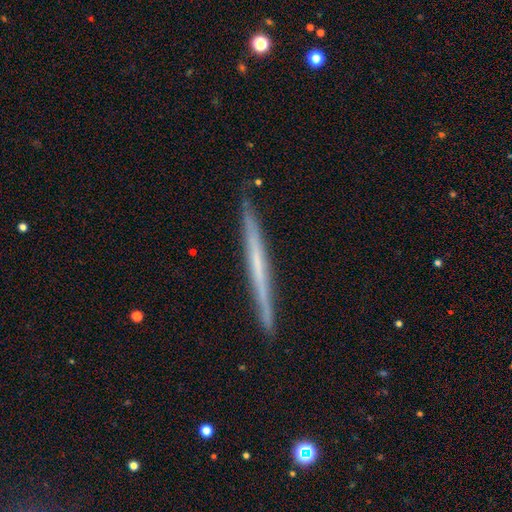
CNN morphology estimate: smooth-or-featured: featured or disk: 57% | smooth: 37% | star or artifact: 6%
  disk-edge-on: yes: 97% | no: 3%
    edge-on-bulge: none: 89% | rounded: 7% | boxy: 3%
  merging: none: 91% | minor disturbance: 7% | major disturbance: 1% | merger: 1%